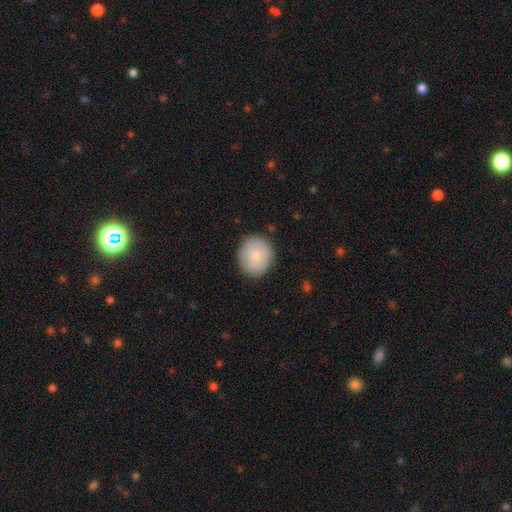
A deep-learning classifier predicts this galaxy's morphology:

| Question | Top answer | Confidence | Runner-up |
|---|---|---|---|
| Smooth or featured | smooth | 81% | featured or disk (13%) |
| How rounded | round | 78% | in between (21%) |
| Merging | none | 86% | minor disturbance (10%) |